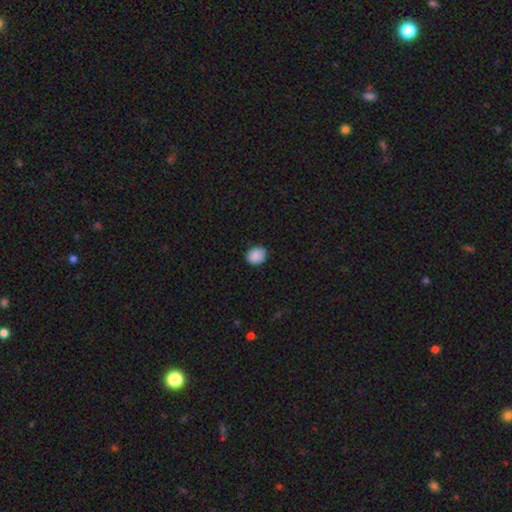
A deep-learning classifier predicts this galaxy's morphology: This is clearly a smooth galaxy (88%). How rounded: likely round (62%). Merging: clearly none (85%).